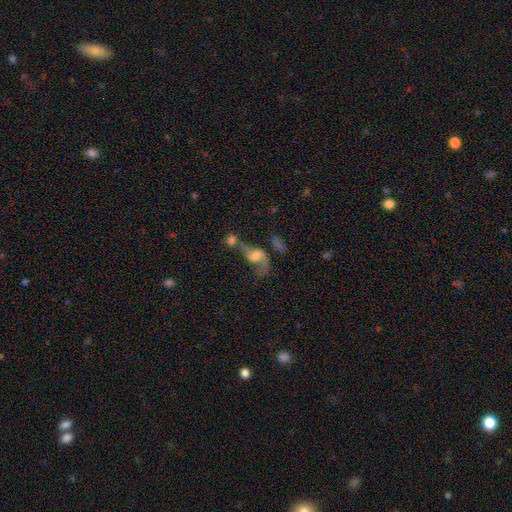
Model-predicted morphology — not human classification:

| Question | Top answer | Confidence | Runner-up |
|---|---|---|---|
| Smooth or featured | featured or disk | 65% | smooth (25%) |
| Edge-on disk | no | 95% | yes (5%) |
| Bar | weak | 44% | tied: no (44%) |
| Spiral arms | yes | 84% | no (16%) |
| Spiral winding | loose | 77% | medium (18%) |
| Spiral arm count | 2 | 75% | 1 (17%) |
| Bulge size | moderate | 42% | small (25%) |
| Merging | merger | 39% | none (25%) |